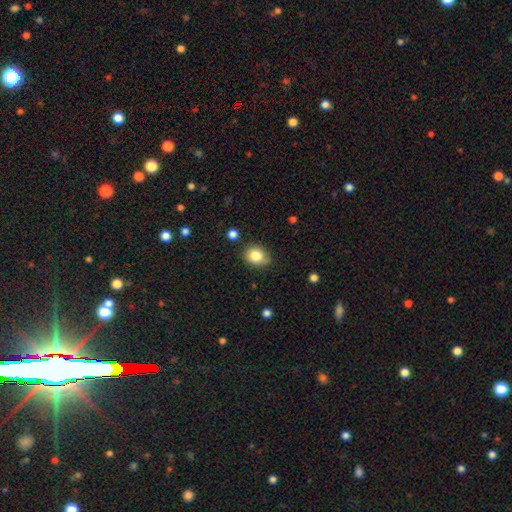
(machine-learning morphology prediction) A smooth galaxy with no disk features (83%) that is round (53%).

Vote fractions:
- Smooth or featured? smooth: 83% / star or artifact: 10% / featured or disk: 7%
- How rounded? round: 53% / in between: 46% / cigar-shaped: 1%
- Merging? none: 77% / minor disturbance: 18% / major disturbance: 3% / merger: 2%